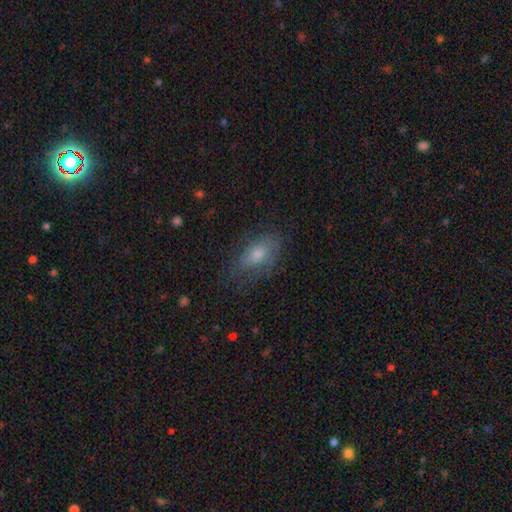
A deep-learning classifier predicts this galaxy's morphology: Q: Smooth or featured?
A: smooth (60%); runner-up: featured or disk (31%)
Q: How rounded?
A: in between (88%); runner-up: round (7%)
Q: Merging?
A: none (63%); runner-up: minor disturbance (23%)